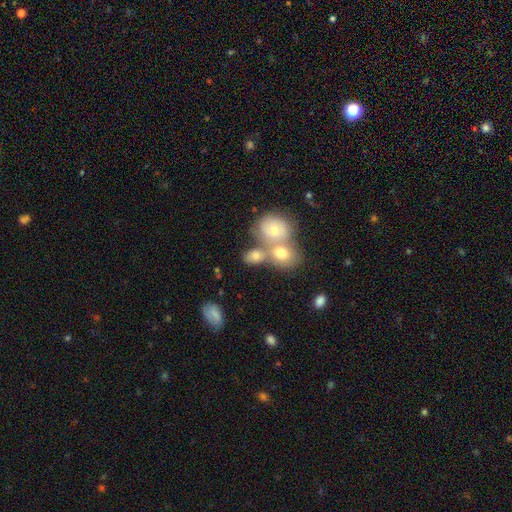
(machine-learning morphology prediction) Smooth or featured? Predicted: smooth (p=0.65). How rounded? Predicted: in between (p=0.61). Merging? Predicted: merger (p=0.54).